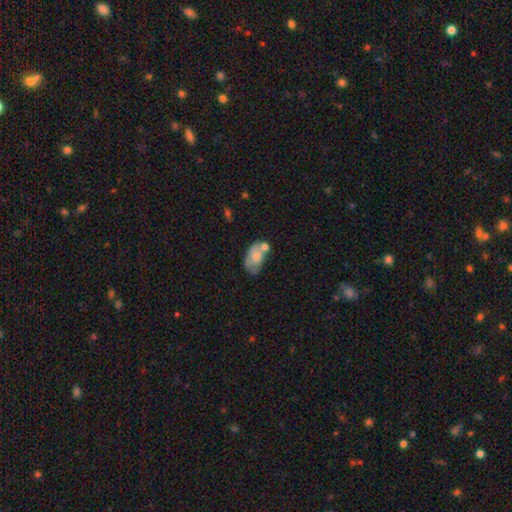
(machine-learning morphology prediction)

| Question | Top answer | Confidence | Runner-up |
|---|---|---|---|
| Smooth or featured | smooth | 65% | featured or disk (28%) |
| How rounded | in between | 90% | round (8%) |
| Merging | none | 35% | merger (29%) |